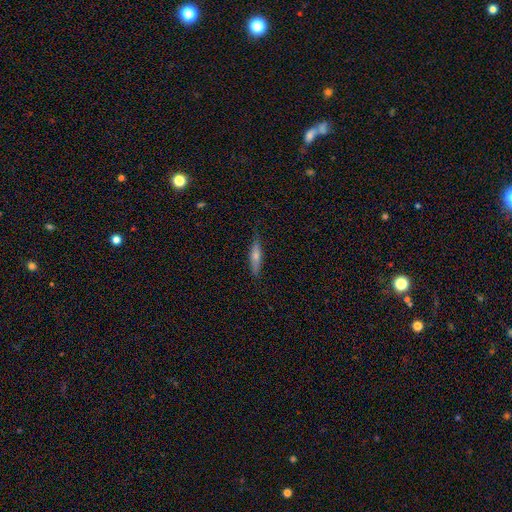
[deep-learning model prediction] A smooth galaxy with no disk features (59%) that is cigar-shaped (75%).

Vote fractions:
- Smooth or featured? smooth: 59% / featured or disk: 35% / star or artifact: 6%
- How rounded? cigar-shaped: 75% / in between: 23% / round: 2%
- Merging? none: 81% / minor disturbance: 15% / major disturbance: 3% / merger: 1%